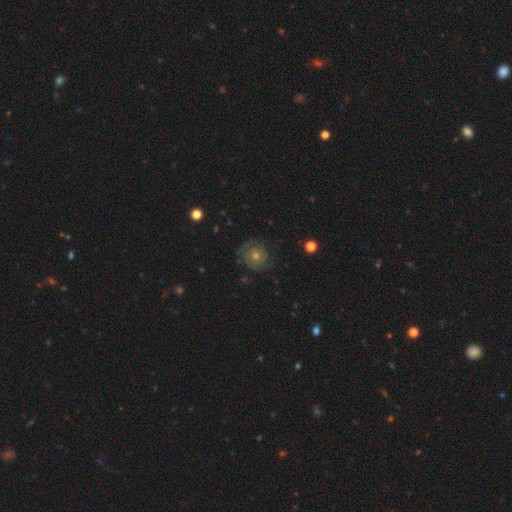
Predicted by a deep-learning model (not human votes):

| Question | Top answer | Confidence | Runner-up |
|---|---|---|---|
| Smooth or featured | featured or disk | 57% | smooth (27%) |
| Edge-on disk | no | 97% | yes (3%) |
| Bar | no | 85% | weak (12%) |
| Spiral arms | yes | 82% | no (18%) |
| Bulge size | small | 50% | moderate (44%) |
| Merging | none | 78% | minor disturbance (14%) |